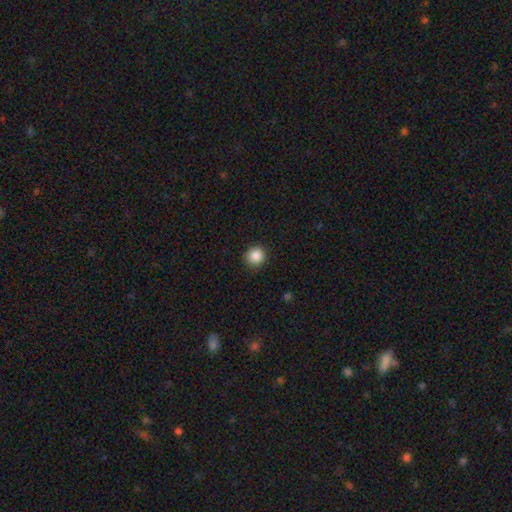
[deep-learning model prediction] Smooth or featured: smooth — 88% (star or artifact — 9%)
How rounded: round — 92% (in between — 7%)
Merging: none — 89% (minor disturbance — 8%)